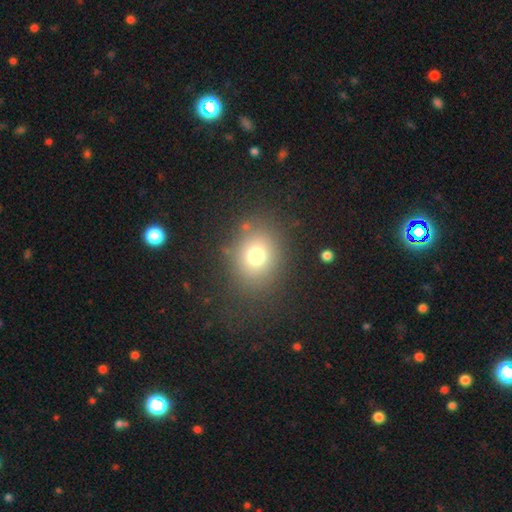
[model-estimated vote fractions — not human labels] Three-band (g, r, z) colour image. It shows a smooth galaxy with no disk features (73%) that is round (66%). Merging: none (80%).